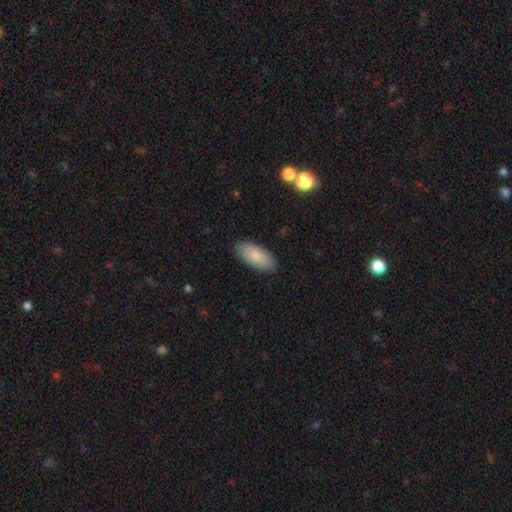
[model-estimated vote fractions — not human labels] Smooth or featured: smooth — 85% (featured or disk — 9%)
How rounded: in between — 89% (cigar-shaped — 9%)
Merging: none — 88% (minor disturbance — 9%)